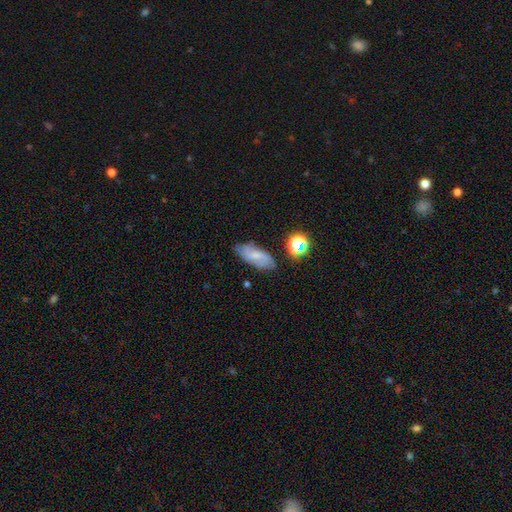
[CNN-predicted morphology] Overall: smooth (52%; featured or disk 37%). How rounded: in between (81%). Merging: none (69%).